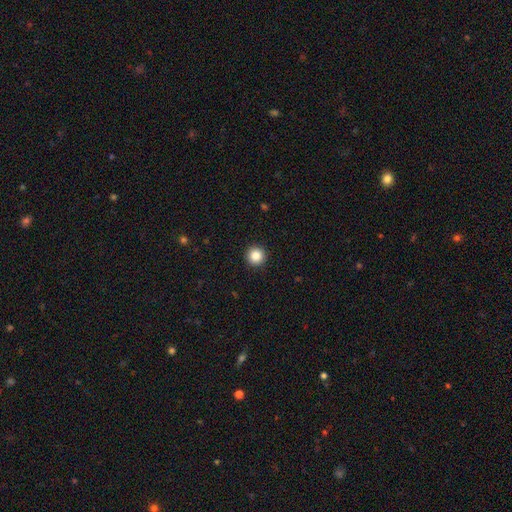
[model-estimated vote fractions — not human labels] smooth_or_featured: smooth (p=0.86) [alt: star or artifact p=0.10]
how_rounded: round (p=0.96) [alt: in between p=0.03]
merging: none (p=0.93) [alt: minor disturbance p=0.04]